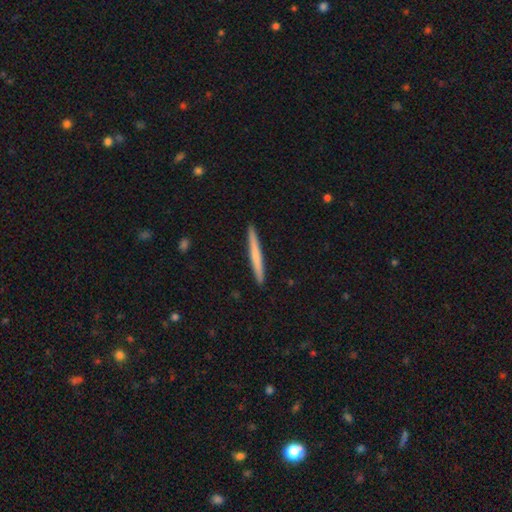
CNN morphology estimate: smooth 59%, featured or disk 36%, star or artifact 5%. Down the decision tree: how rounded — cigar-shaped (97%); merging — none (93%).